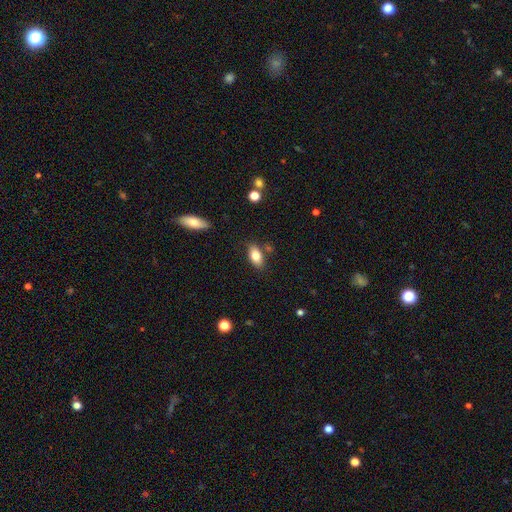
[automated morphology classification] Q: Smooth or featured?
A: smooth (80%); runner-up: featured or disk (13%)
Q: How rounded?
A: in between (89%); runner-up: cigar-shaped (6%)
Q: Merging?
A: none (80%); runner-up: minor disturbance (12%)